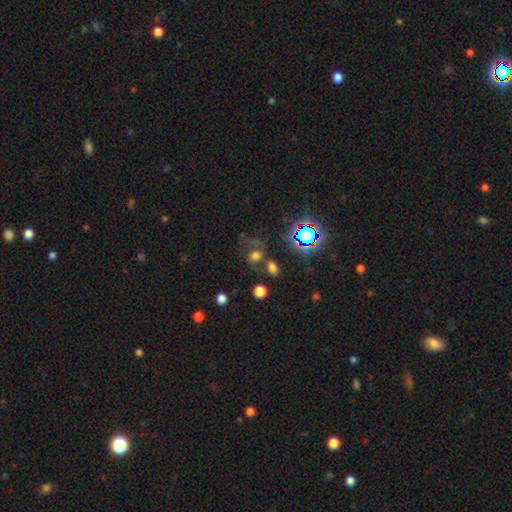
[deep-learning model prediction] Smooth or featured? Predicted: smooth (p=0.58). How rounded? Predicted: round (p=0.58). Merging? Predicted: none (p=0.53).